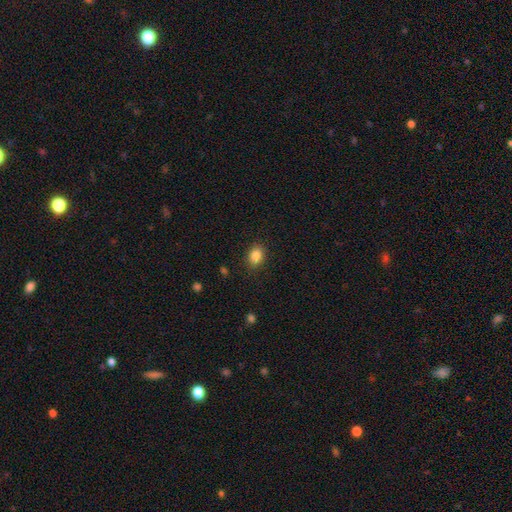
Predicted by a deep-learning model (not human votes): Overall: smooth (86%). How rounded: in between (67%; round 32%). Merging: none (86%).